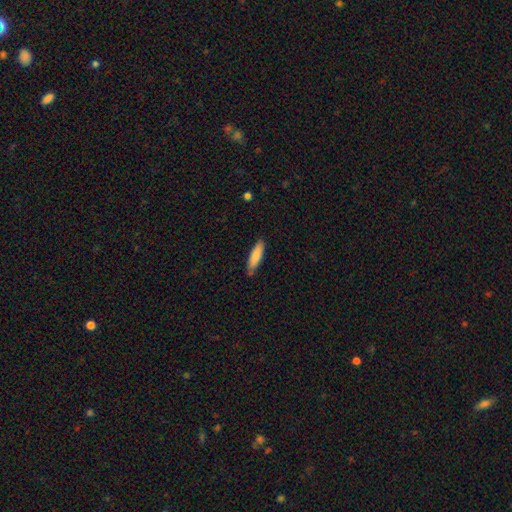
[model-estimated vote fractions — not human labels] smooth-or-featured: smooth: 84% | featured or disk: 11% | star or artifact: 6%
  how-rounded: cigar-shaped: 63% | in between: 35% | round: 1%
  merging: none: 82% | minor disturbance: 15% | major disturbance: 2% | merger: 2%